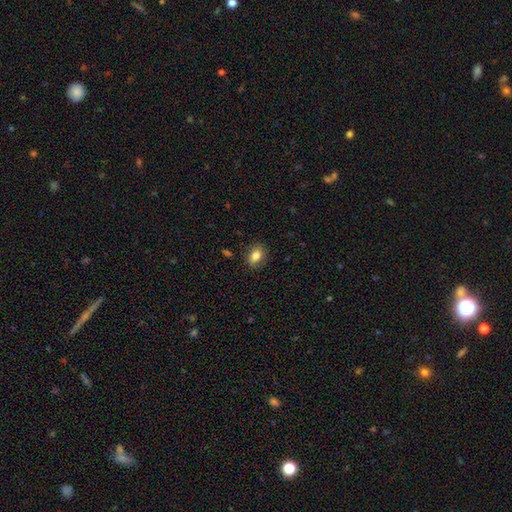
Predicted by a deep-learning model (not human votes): Smooth or featured?
  - smooth: 84% *
  - star or artifact: 9%
  - featured or disk: 7%
How rounded?
  - in between: 75% *
  - round: 23%
  - cigar-shaped: 2%
Merging?
  - none: 87% *
  - minor disturbance: 10%
  - major disturbance: 2%
  - merger: 1%